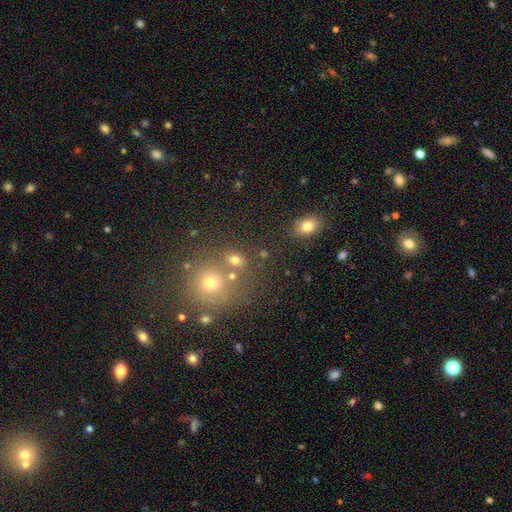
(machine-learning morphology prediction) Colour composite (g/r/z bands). It shows a smooth galaxy with no disk features (54%) that is round (82%). Merging: none (65%).